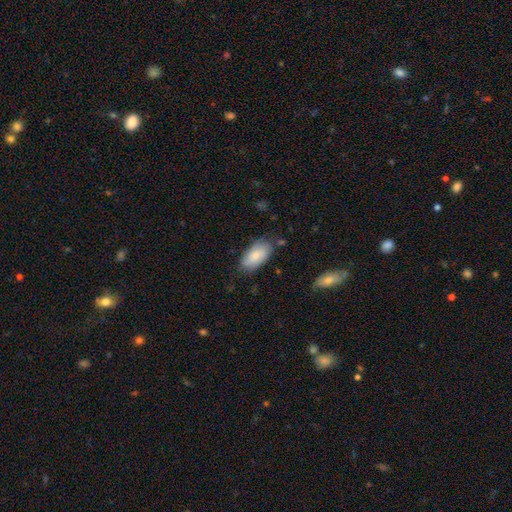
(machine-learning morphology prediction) type=smooth (71%); roundness=in between (93%); merging=none (71%).